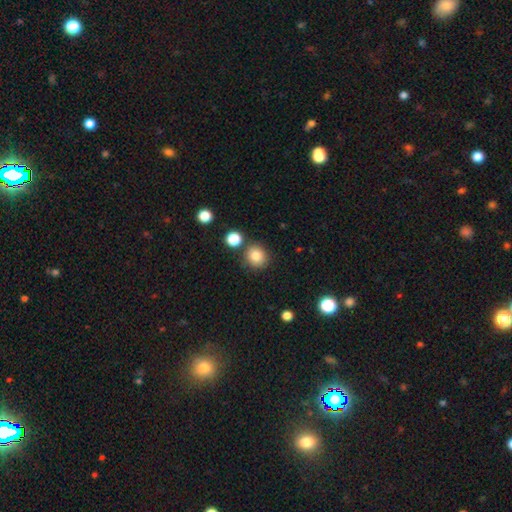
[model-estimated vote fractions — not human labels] Smooth or featured: smooth — 83% (star or artifact — 11%)
How rounded: round — 86% (in between — 13%)
Merging: none — 81% (minor disturbance — 9%)